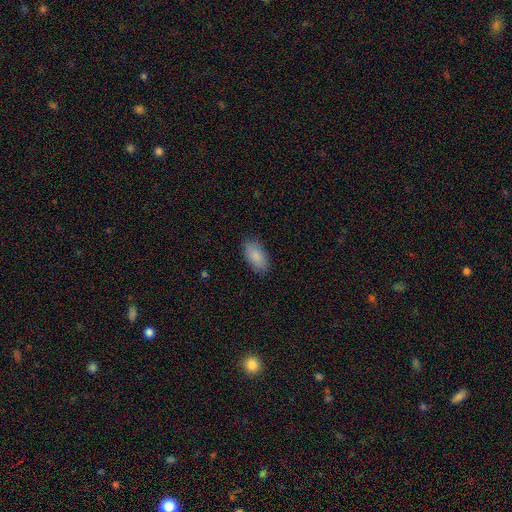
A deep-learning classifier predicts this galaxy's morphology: Smooth or featured?
  - smooth: 88% *
  - star or artifact: 6%
  - featured or disk: 6%
How rounded?
  - in between: 94% *
  - cigar-shaped: 3%
  - round: 3%
Merging?
  - none: 87% *
  - minor disturbance: 10%
  - major disturbance: 2%
  - merger: 1%